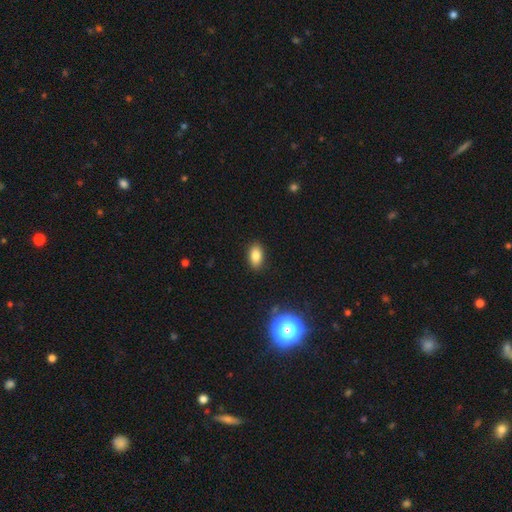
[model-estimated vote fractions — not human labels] A smooth galaxy with no disk features (84%) that is in between round and cigar-shaped (90%).

Vote fractions:
- Smooth or featured? smooth: 84% / star or artifact: 10% / featured or disk: 6%
- How rounded? in between: 90% / round: 7% / cigar-shaped: 3%
- Merging? none: 88% / minor disturbance: 8% / major disturbance: 2% / merger: 1%